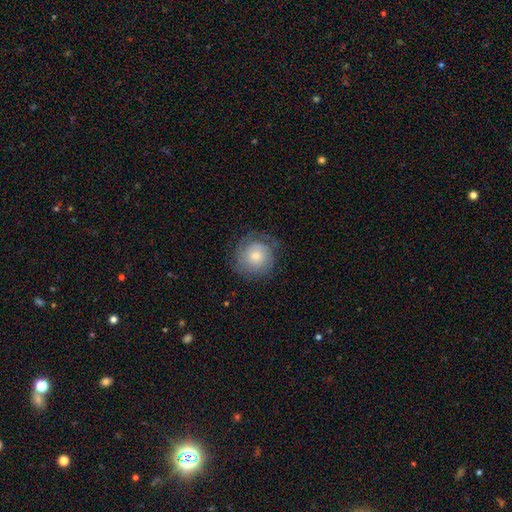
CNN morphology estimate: Q: Smooth or featured?
A: smooth (47%); runner-up: featured or disk (45%)
Q: Merging?
A: none (73%); runner-up: minor disturbance (18%)